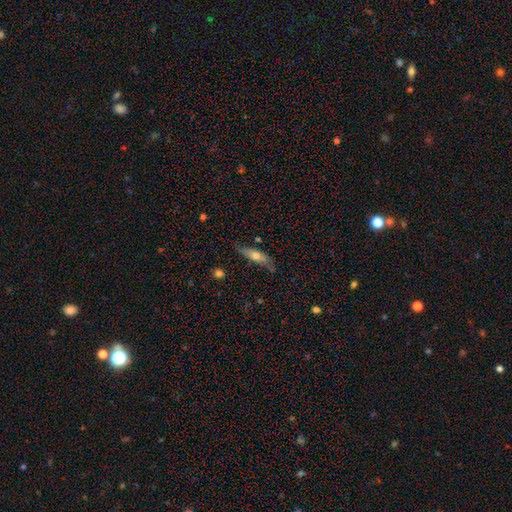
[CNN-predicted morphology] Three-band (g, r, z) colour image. It shows a smooth galaxy with no disk features (59%) that is cigar-shaped (63%). Merging: none (70%).